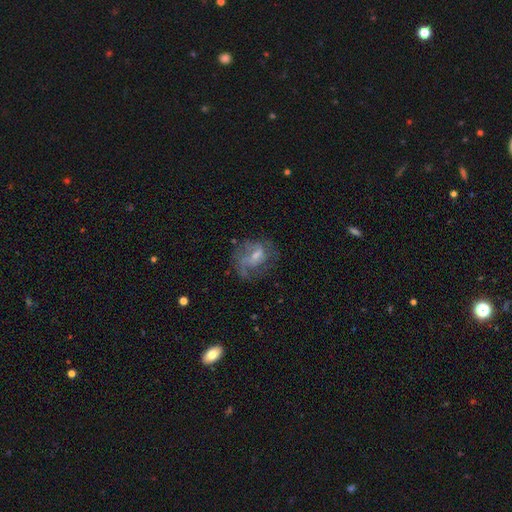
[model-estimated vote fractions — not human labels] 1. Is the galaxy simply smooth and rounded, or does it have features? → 61% featured or disk, 26% smooth, 13% star or artifact.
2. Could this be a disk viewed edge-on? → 96% no, 4% yes.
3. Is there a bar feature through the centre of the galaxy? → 47% weak, 40% no, 14% strong.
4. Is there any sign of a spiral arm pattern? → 71% yes, 29% no.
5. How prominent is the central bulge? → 48% small, 32% moderate, 15% none, 3% large, 1% dominant.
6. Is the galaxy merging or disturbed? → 56% none, 21% minor disturbance, 21% major disturbance, 2% merger.